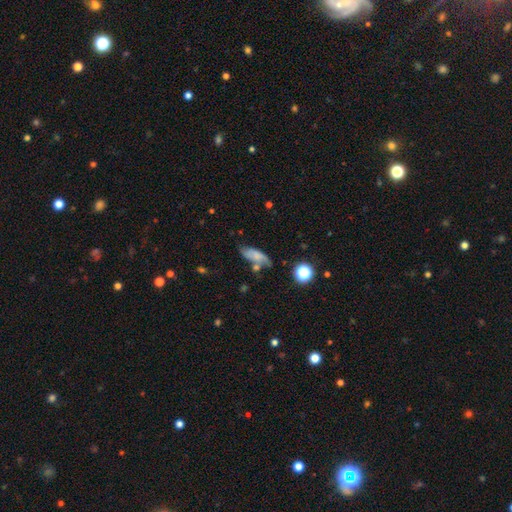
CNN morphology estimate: Smooth or featured?
  - smooth: 58% *
  - featured or disk: 31%
  - star or artifact: 11%
How rounded?
  - in between: 70% *
  - cigar-shaped: 24%
  - round: 6%
Merging?
  - none: 49% *
  - minor disturbance: 26%
  - merger: 15%
  - major disturbance: 10%